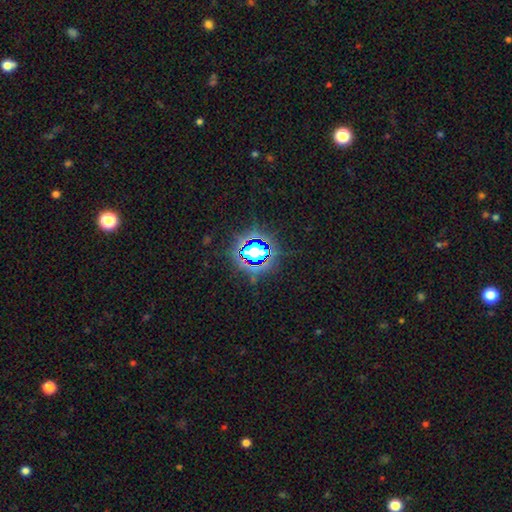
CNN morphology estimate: Smooth or featured? star or artifact (79%)